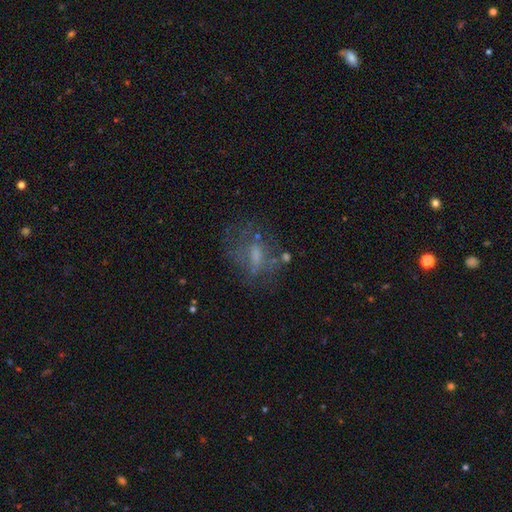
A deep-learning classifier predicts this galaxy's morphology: The model was most divided on "smooth or featured": featured or disk: 50%, smooth: 35%, star or artifact: 15%. More confident: merging — none (53%).